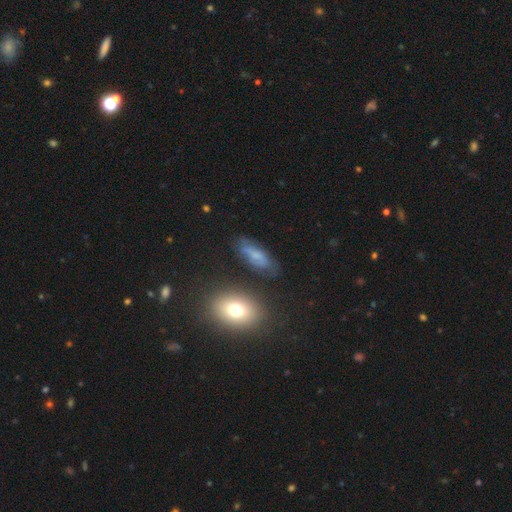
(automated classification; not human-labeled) This appears to be a smooth galaxy with no disk features (50%). Merging: none (70%).